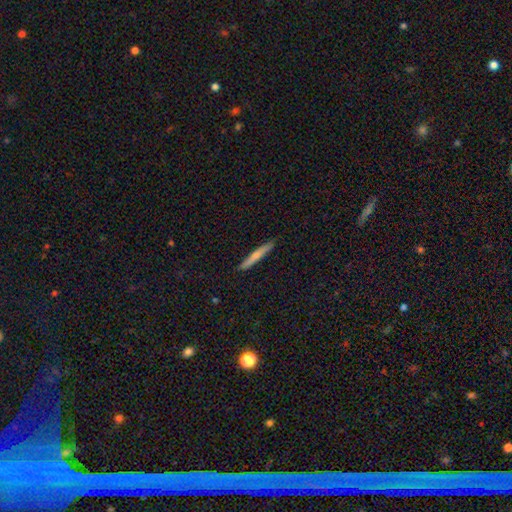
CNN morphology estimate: Q: Smooth or featured?
A: smooth (68%); runner-up: featured or disk (26%)
Q: How rounded?
A: cigar-shaped (96%); runner-up: in between (3%)
Q: Merging?
A: none (89%); runner-up: minor disturbance (8%)